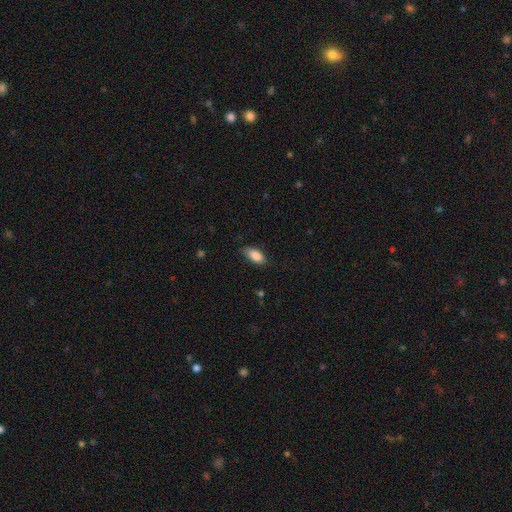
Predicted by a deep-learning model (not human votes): smooth-or-featured: smooth: 86% | featured or disk: 7% | star or artifact: 7%
  how-rounded: in between: 88% | cigar-shaped: 9% | round: 3%
  merging: none: 74% | minor disturbance: 21% | major disturbance: 4% | merger: 1%